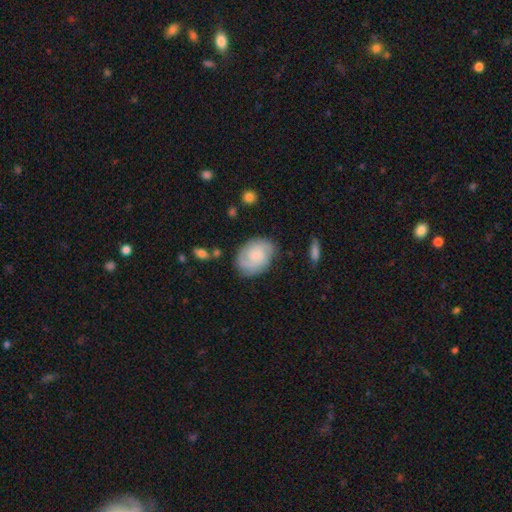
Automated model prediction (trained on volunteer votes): featured or disk 57%, smooth 36%, star or artifact 7%. Down the decision tree: edge-on disk — no (97%); bar — no (70%); spiral arms — yes (90%); spiral arm count — 2 (51%); spiral winding — tight (50%); bulge size — small (50%); merging — none (73%).